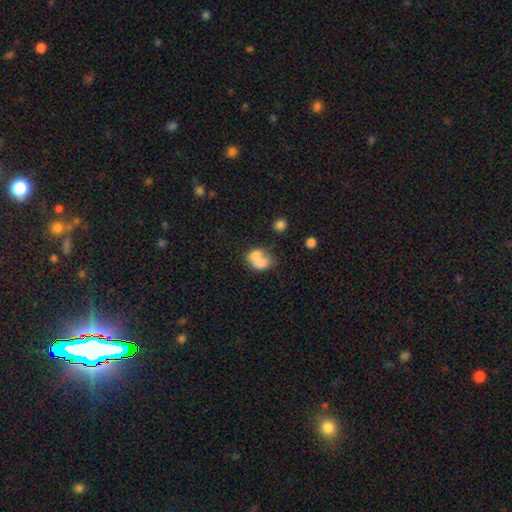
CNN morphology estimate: Smooth or featured?
  - smooth: 70% *
  - featured or disk: 20%
  - star or artifact: 9%
How rounded?
  - in between: 64% *
  - round: 34%
  - cigar-shaped: 1%
Merging?
  - merger: 67% *
  - none: 19%
  - minor disturbance: 8%
  - major disturbance: 6%